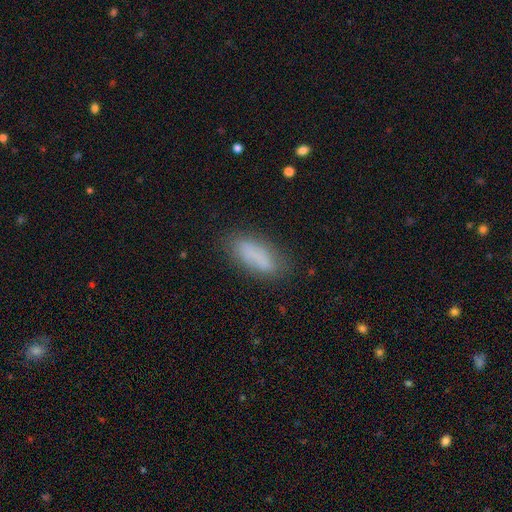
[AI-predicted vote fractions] smooth-or-featured: smooth: 78% | featured or disk: 13% | star or artifact: 9%
  how-rounded: in between: 70% | cigar-shaped: 27% | round: 2%
  merging: none: 74% | minor disturbance: 18% | major disturbance: 5% | merger: 3%